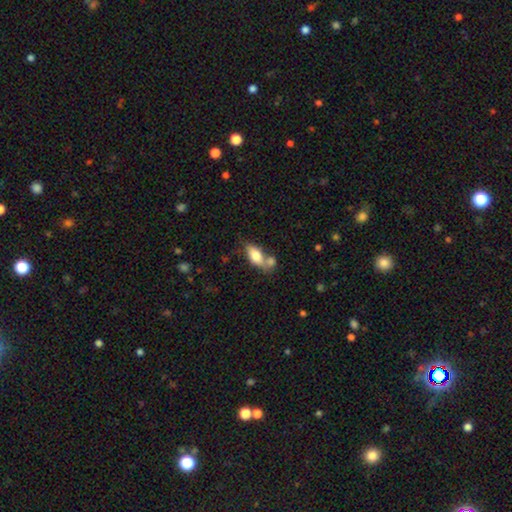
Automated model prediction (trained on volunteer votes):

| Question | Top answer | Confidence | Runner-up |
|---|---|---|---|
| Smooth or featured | smooth | 77% | featured or disk (16%) |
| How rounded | in between | 85% | cigar-shaped (9%) |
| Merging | merger | 42% | none (39%) |